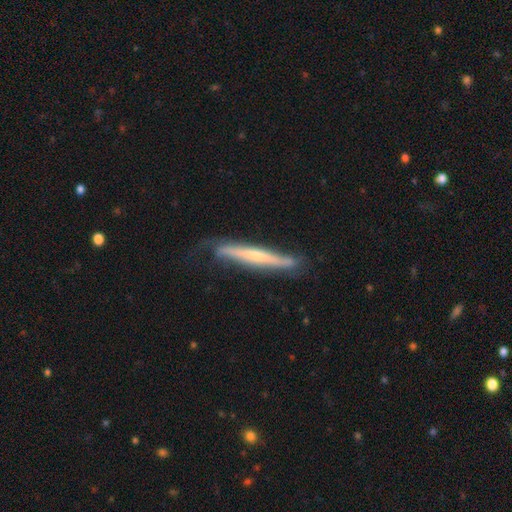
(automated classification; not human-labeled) Smooth or featured? featured or disk (64%)
Edge-on disk? yes (87%)
Edge-on bulge? none (49%)
Merging? none (62%)